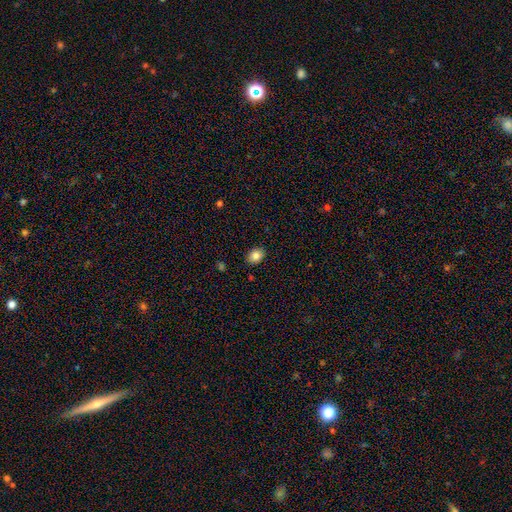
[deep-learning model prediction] Smooth or featured? Predicted: smooth (p=0.84). How rounded? Predicted: in between (p=0.55). Merging? Predicted: none (p=0.88).